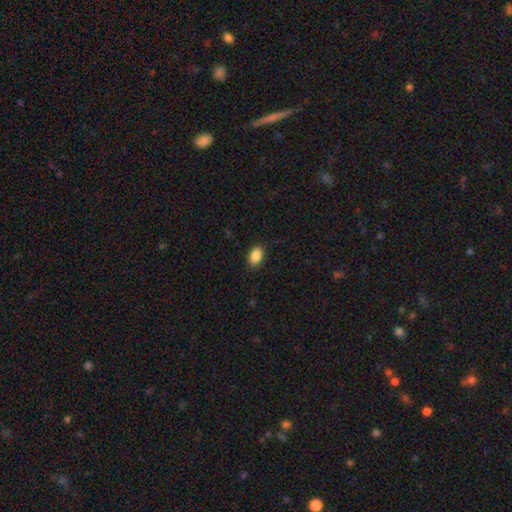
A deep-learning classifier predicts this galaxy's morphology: smooth-or-featured: smooth: 88% | star or artifact: 8% | featured or disk: 4%
  how-rounded: in between: 85% | round: 13% | cigar-shaped: 1%
  merging: none: 88% | minor disturbance: 9% | major disturbance: 2% | merger: 1%